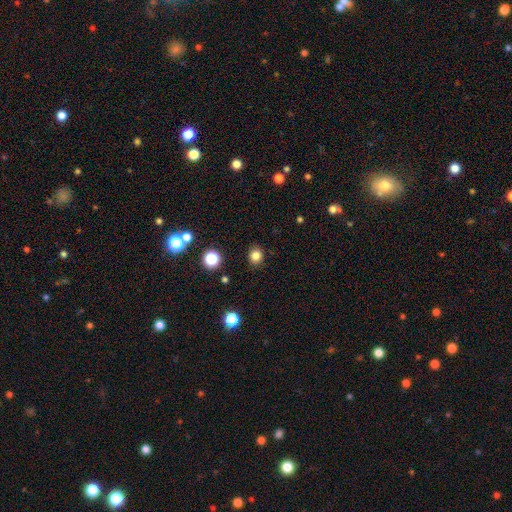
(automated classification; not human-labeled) A smooth galaxy with no disk features (82%) that is round (74%).

Vote fractions:
- Smooth or featured? smooth: 82% / star or artifact: 13% / featured or disk: 5%
- How rounded? round: 74% / in between: 25% / cigar-shaped: 1%
- Merging? none: 89% / minor disturbance: 7% / major disturbance: 2% / merger: 1%